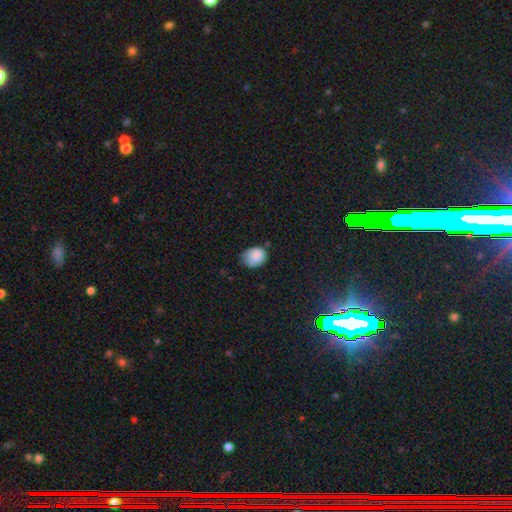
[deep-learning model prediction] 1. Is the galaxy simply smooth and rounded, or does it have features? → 85% smooth, 8% star or artifact, 7% featured or disk.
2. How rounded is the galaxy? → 54% round, 45% in between, 1% cigar-shaped.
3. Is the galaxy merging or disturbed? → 53% none, 37% minor disturbance, 8% major disturbance, 2% merger.